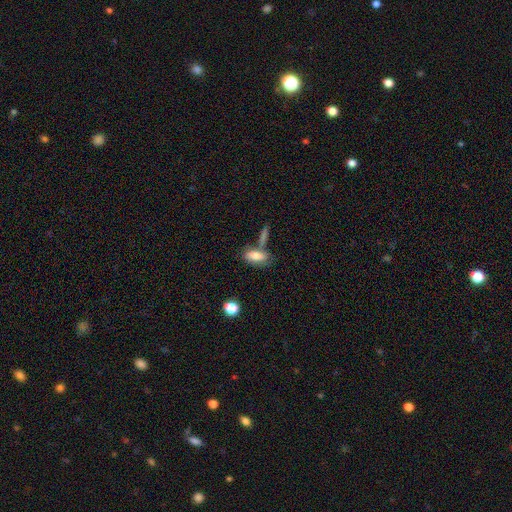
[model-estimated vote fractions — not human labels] Smooth or featured? Predicted: smooth (p=0.75). How rounded? Predicted: in between (p=0.82). Merging? Predicted: none (p=0.47).